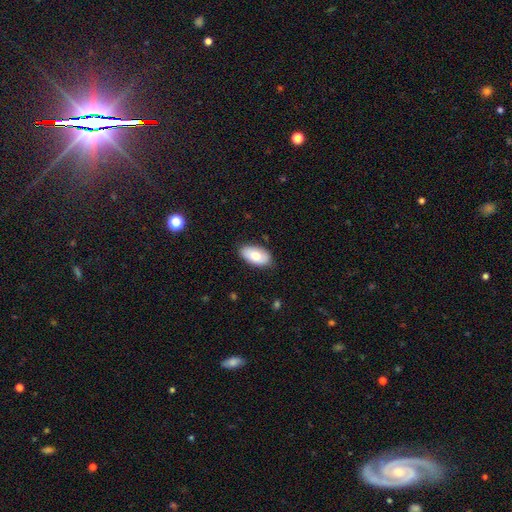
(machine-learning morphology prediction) smooth_or_featured: smooth (p=0.75) [alt: featured or disk p=0.19]
how_rounded: in between (p=0.95) [alt: round p=0.03]
merging: none (p=0.84) [alt: minor disturbance p=0.13]